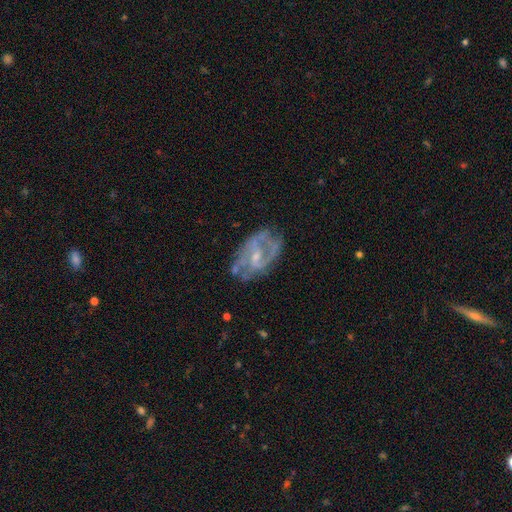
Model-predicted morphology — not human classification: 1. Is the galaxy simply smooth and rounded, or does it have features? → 82% featured or disk, 11% smooth, 7% star or artifact.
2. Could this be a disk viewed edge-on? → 96% no, 4% yes.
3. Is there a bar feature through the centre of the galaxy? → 51% weak, 31% no, 17% strong.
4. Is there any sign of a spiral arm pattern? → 83% yes, 17% no.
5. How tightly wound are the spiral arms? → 49% medium, 27% tight, 24% loose.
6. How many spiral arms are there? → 58% 2, 22% can't tell, 10% 3, 5% 1, 3% 4, 2% more than 4.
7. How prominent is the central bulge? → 60% small, 32% moderate, 6% none, 1% large, 1% dominant.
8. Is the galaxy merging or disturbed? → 59% none, 23% minor disturbance, 14% major disturbance, 4% merger.